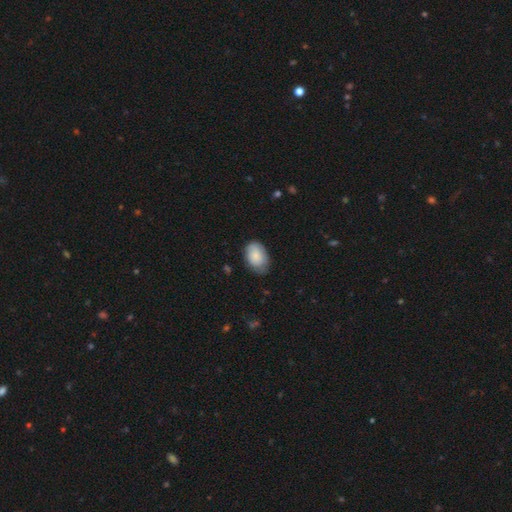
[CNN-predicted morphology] Q: Smooth or featured?
A: smooth (84%); runner-up: featured or disk (10%)
Q: How rounded?
A: in between (85%); runner-up: round (14%)
Q: Merging?
A: none (66%); runner-up: minor disturbance (27%)